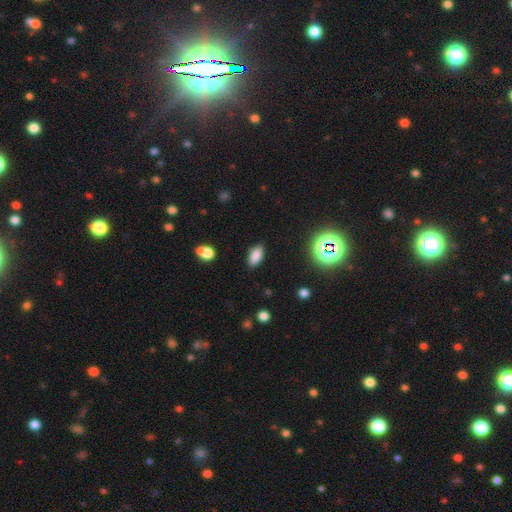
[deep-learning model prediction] Morphology: type=smooth (81%); roundness=in between (88%); merging=none (85%).